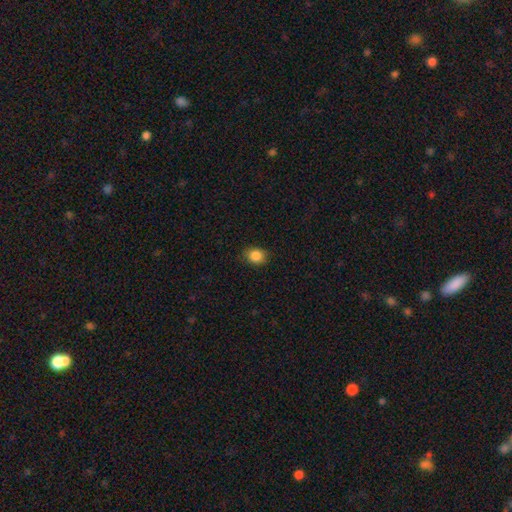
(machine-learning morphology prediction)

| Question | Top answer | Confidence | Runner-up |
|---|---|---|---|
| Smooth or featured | smooth | 86% | star or artifact (10%) |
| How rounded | round | 64% | in between (35%) |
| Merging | none | 84% | minor disturbance (12%) |